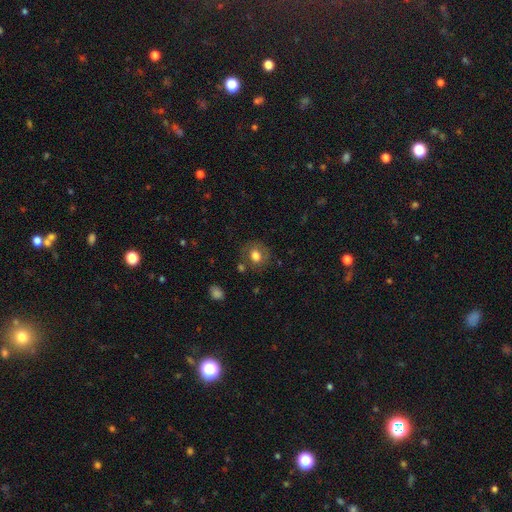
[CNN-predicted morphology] smooth_or_featured: smooth (p=0.73) [alt: featured or disk p=0.18]
how_rounded: round (p=0.71) [alt: in between p=0.28]
merging: none (p=0.75) [alt: minor disturbance p=0.15]